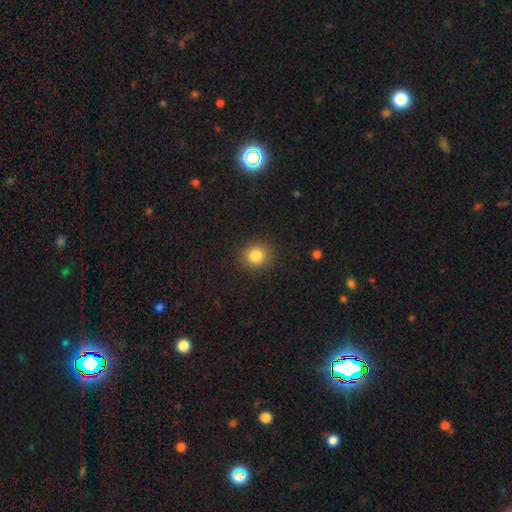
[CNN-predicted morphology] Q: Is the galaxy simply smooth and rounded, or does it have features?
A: smooth — 83%.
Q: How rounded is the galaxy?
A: round — 82%.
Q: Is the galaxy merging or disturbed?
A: none — 89%.